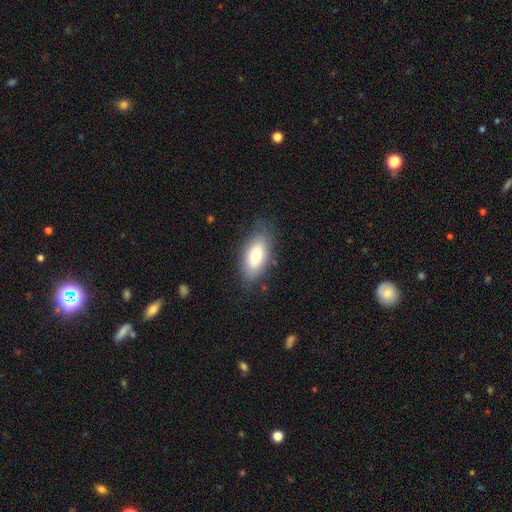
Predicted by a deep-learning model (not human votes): smooth_or_featured: smooth (p=0.76) [alt: featured or disk p=0.17]
how_rounded: in between (p=0.87) [alt: cigar-shaped p=0.10]
merging: none (p=0.79) [alt: minor disturbance p=0.16]